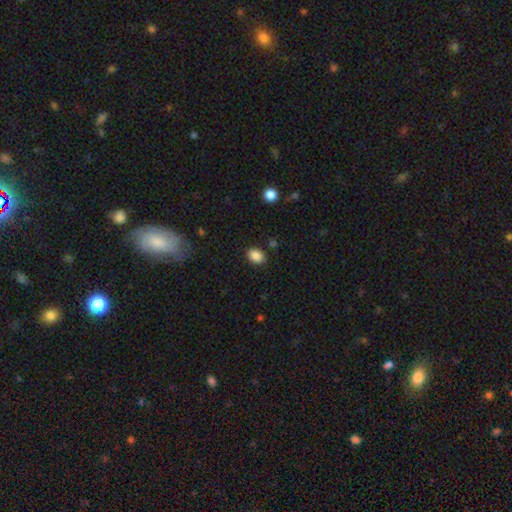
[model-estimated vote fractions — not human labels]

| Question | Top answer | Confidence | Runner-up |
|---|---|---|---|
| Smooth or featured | smooth | 88% | star or artifact (9%) |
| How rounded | in between | 75% | round (24%) |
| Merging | none | 87% | minor disturbance (9%) |